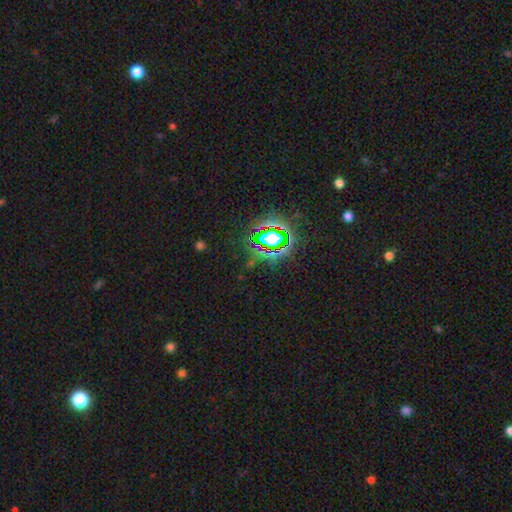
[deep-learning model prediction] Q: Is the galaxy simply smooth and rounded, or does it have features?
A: star or artifact — 82%.